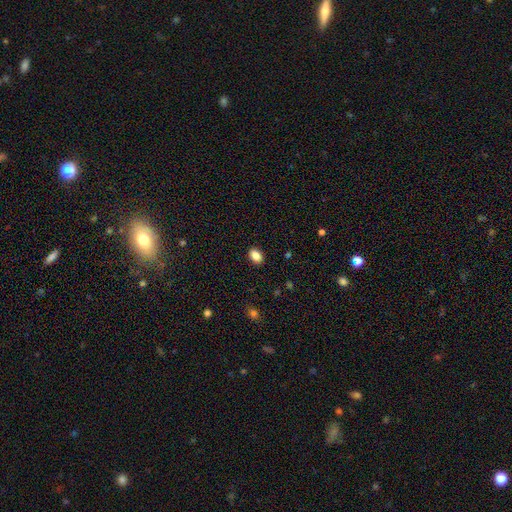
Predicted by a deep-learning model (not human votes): Smooth or featured? smooth (86%)
How rounded? in between (83%)
Merging? none (89%)